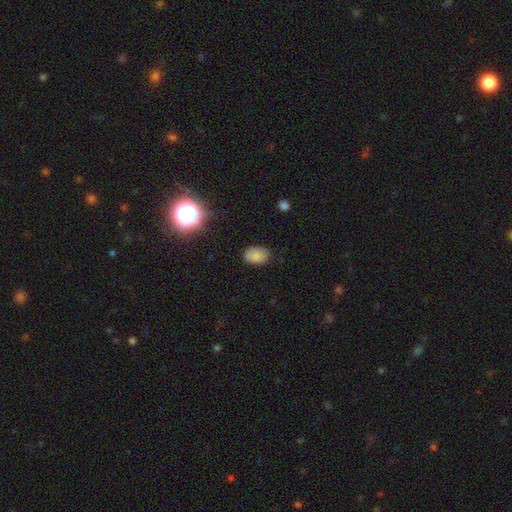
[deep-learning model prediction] Smooth or featured? Predicted: smooth (p=0.83). How rounded? Predicted: in between (p=0.87). Merging? Predicted: none (p=0.83).